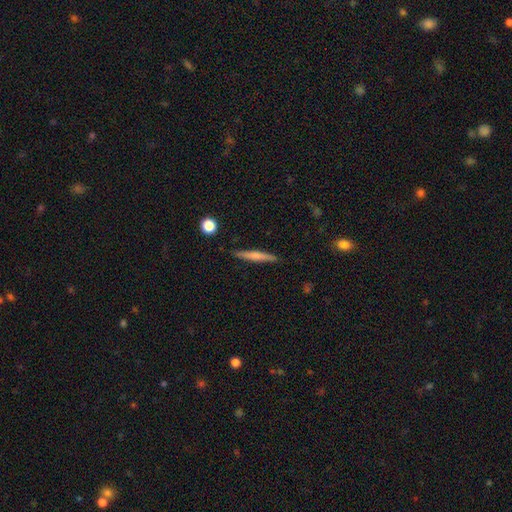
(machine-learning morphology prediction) Q: Smooth or featured?
A: smooth (59%); runner-up: featured or disk (35%)
Q: How rounded?
A: cigar-shaped (94%); runner-up: in between (4%)
Q: Merging?
A: none (88%); runner-up: minor disturbance (9%)